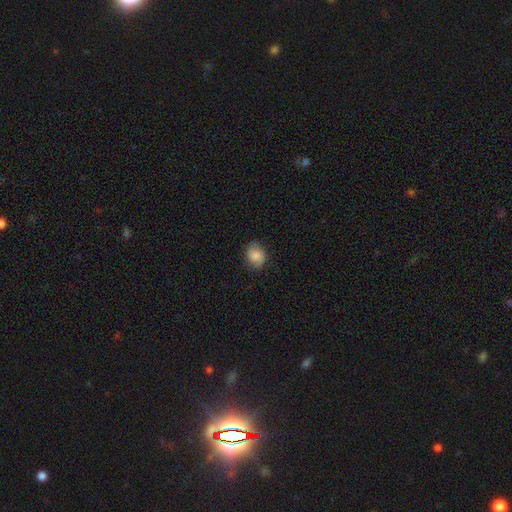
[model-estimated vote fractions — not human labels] A smooth galaxy with no disk features (64%) that is round (65%). Merging: none (80%).